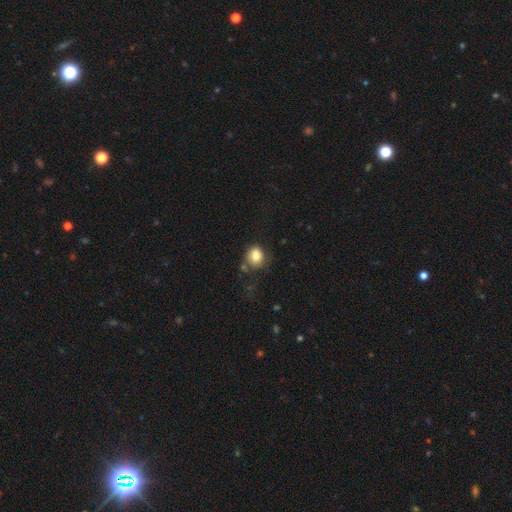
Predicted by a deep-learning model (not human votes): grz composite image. It shows a smooth galaxy with no disk features (83%) that is round (65%). Merging: none (61%).